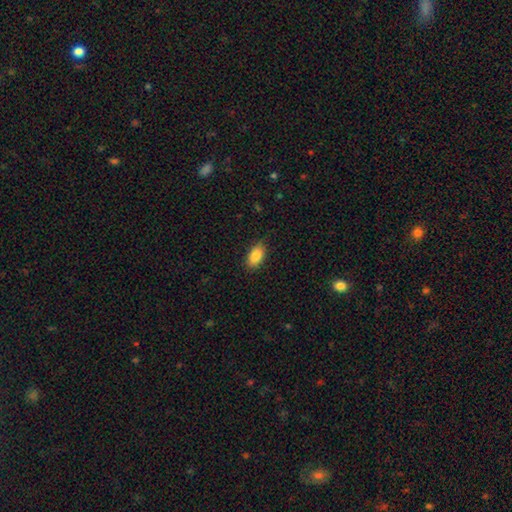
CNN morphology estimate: Smooth or featured?
  - smooth: 86% *
  - star or artifact: 7%
  - featured or disk: 6%
How rounded?
  - in between: 91% *
  - round: 6%
  - cigar-shaped: 3%
Merging?
  - none: 83% *
  - minor disturbance: 13%
  - major disturbance: 3%
  - merger: 1%